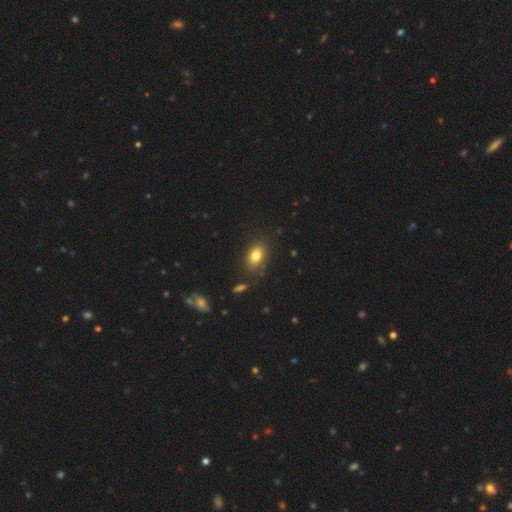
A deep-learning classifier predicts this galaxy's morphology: type=smooth (81%); roundness=in between (79%); merging=none (82%).